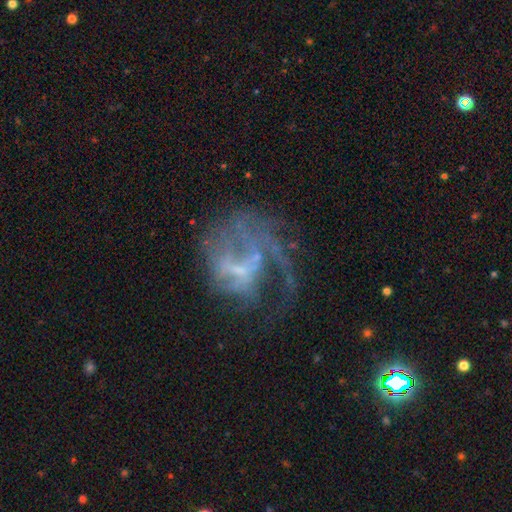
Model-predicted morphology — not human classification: Q: Smooth or featured?
A: featured or disk (70%); runner-up: smooth (16%)
Q: Edge-on disk?
A: no (98%); runner-up: yes (2%)
Q: Bar?
A: no (57%); runner-up: weak (34%)
Q: Spiral arms?
A: yes (58%); runner-up: no (42%)
Q: Bulge size?
A: small (42%); runner-up: none (41%)
Q: Merging?
A: major disturbance (46%); runner-up: none (33%)